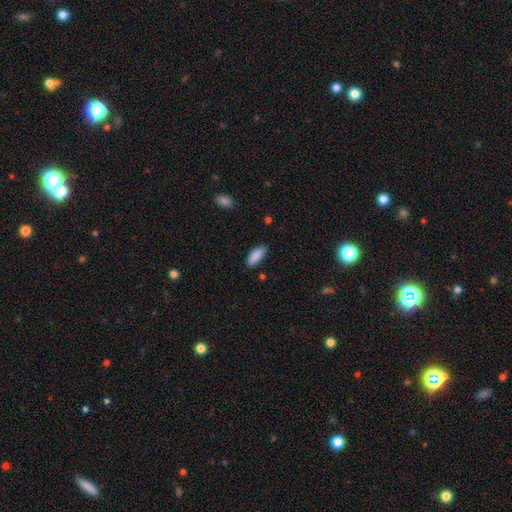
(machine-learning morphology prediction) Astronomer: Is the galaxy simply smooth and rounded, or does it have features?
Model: smooth — 89%.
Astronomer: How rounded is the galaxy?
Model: in between — 78%.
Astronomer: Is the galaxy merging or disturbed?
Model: none — 83%.